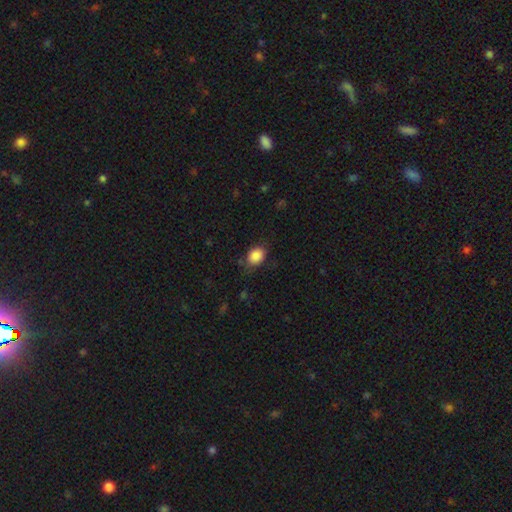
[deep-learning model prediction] A smooth galaxy with no disk features (86%) that is in between round and cigar-shaped (54%).

Vote fractions:
- Smooth or featured? smooth: 86% / star or artifact: 9% / featured or disk: 5%
- How rounded? in between: 54% / round: 45% / cigar-shaped: 1%
- Merging? none: 72% / minor disturbance: 21% / major disturbance: 5% / merger: 2%